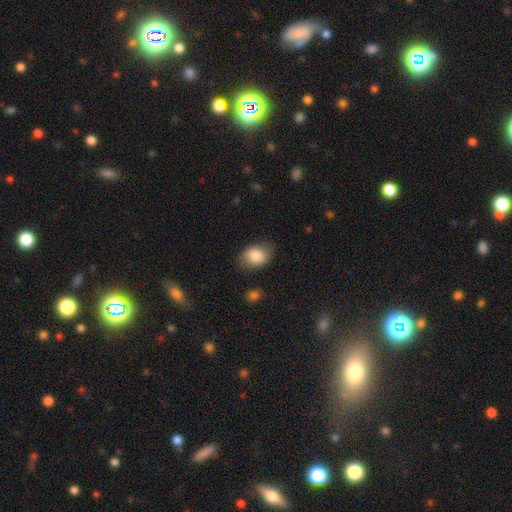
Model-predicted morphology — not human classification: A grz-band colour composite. It shows a smooth galaxy with no disk features (84%) that is in between round and cigar-shaped (68%). Merging: none (76%).